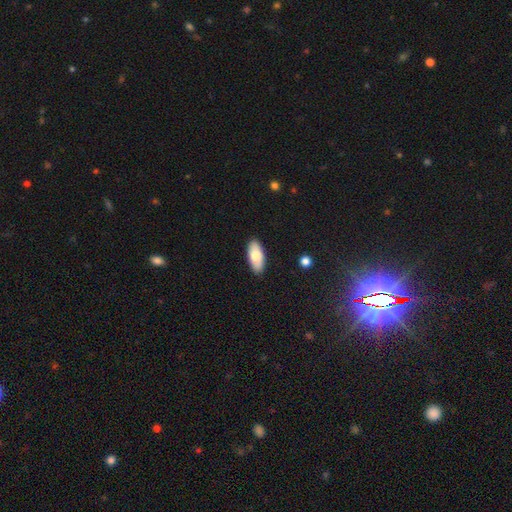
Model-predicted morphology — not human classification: Smooth or featured: smooth — 76% (featured or disk — 18%)
How rounded: in between — 87% (cigar-shaped — 11%)
Merging: none — 89% (minor disturbance — 8%)